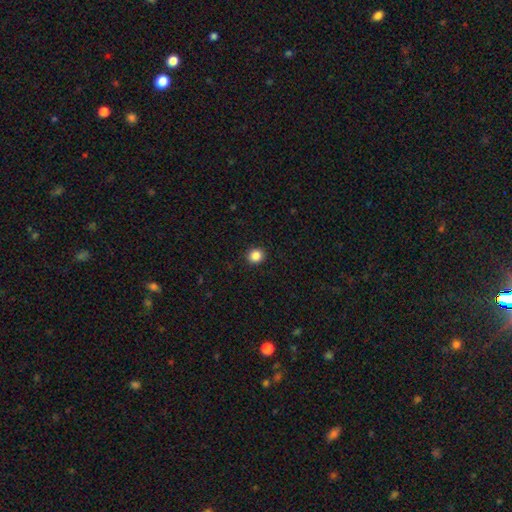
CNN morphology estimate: Q: Smooth or featured?
A: smooth (86%); runner-up: star or artifact (11%)
Q: How rounded?
A: round (86%); runner-up: in between (13%)
Q: Merging?
A: none (92%); runner-up: minor disturbance (5%)